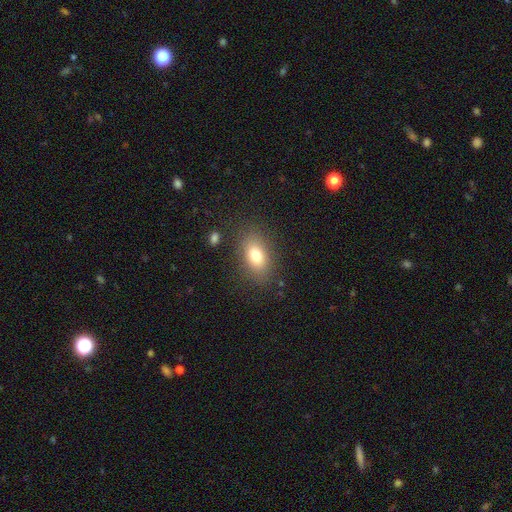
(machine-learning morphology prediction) Q: Smooth or featured?
A: smooth (77%); runner-up: featured or disk (13%)
Q: How rounded?
A: in between (86%); runner-up: round (12%)
Q: Merging?
A: none (83%); runner-up: minor disturbance (11%)